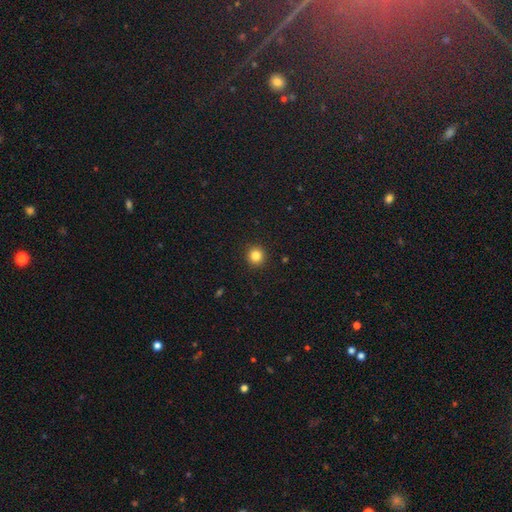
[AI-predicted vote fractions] Q: Smooth or featured?
A: smooth (83%); runner-up: star or artifact (12%)
Q: How rounded?
A: round (95%); runner-up: in between (4%)
Q: Merging?
A: none (93%); runner-up: minor disturbance (4%)